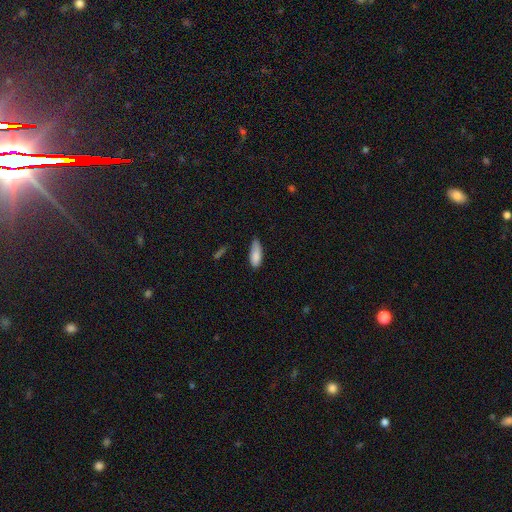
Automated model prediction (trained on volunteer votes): Smooth or featured?
  - smooth: 85% *
  - featured or disk: 8%
  - star or artifact: 7%
How rounded?
  - in between: 66% *
  - cigar-shaped: 32%
  - round: 2%
Merging?
  - none: 63% *
  - minor disturbance: 30%
  - major disturbance: 5%
  - merger: 2%